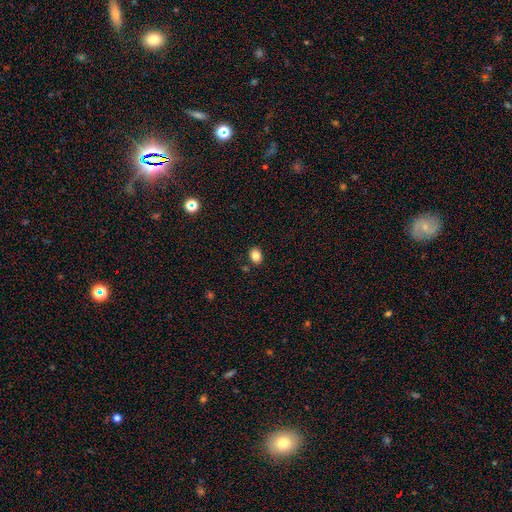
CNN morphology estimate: Overall: smooth (85%). How rounded: in between (61%; round 38%). Merging: none (85%).